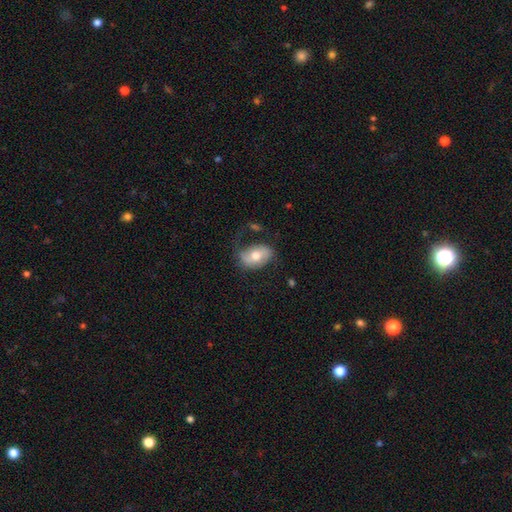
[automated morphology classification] smooth 53%, featured or disk 40%, star or artifact 7%. Down the decision tree: how rounded — in between (83%); merging — none (53%).